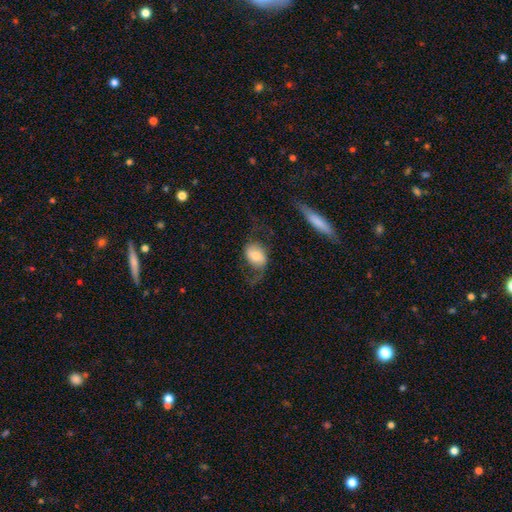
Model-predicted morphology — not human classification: Q: Smooth or featured?
A: smooth (51%); runner-up: featured or disk (42%)
Q: How rounded?
A: in between (63%); runner-up: round (36%)
Q: Merging?
A: none (46%); runner-up: major disturbance (29%)